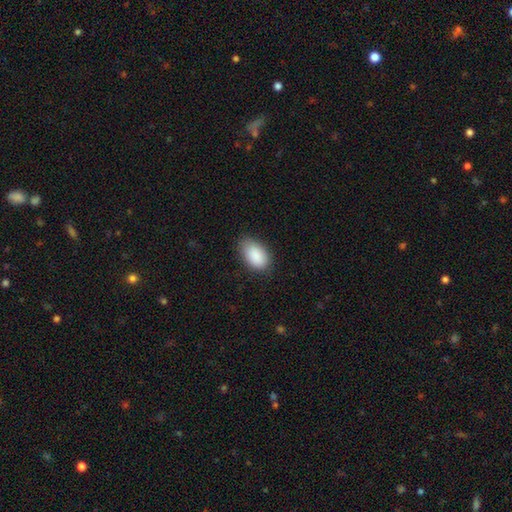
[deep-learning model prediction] smooth_or_featured: smooth (p=0.90) [alt: star or artifact p=0.06]
how_rounded: in between (p=0.94) [alt: round p=0.05]
merging: none (p=0.78) [alt: minor disturbance p=0.18]